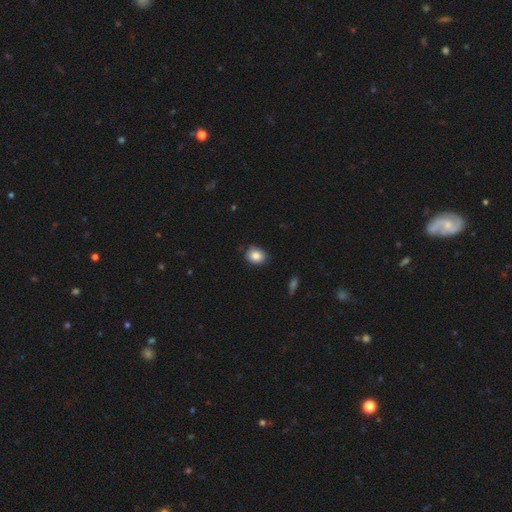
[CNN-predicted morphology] Smooth or featured: smooth — 85% (star or artifact — 9%)
How rounded: round — 53% (in between — 46%)
Merging: none — 76% (minor disturbance — 20%)